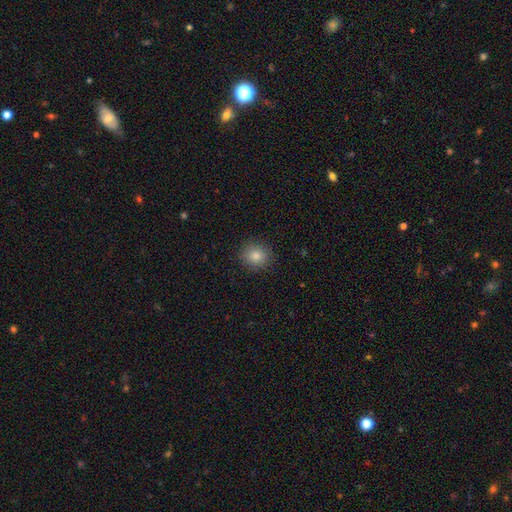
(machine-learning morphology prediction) This appears to be a smooth galaxy with no disk features (83%) that is round (79%). Merging: none (91%).